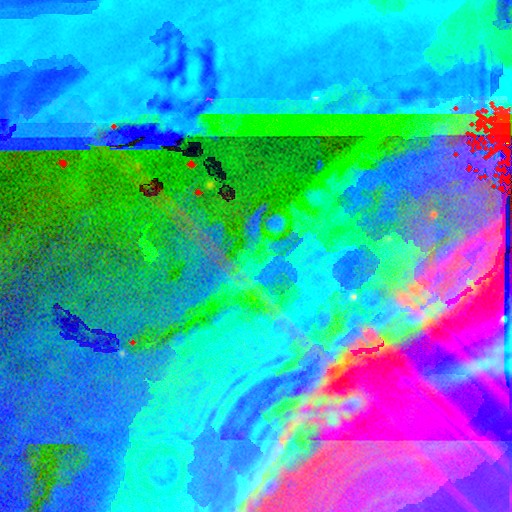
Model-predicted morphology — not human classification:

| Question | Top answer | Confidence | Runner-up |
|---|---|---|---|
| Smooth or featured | star or artifact | 86% | featured or disk (8%) |